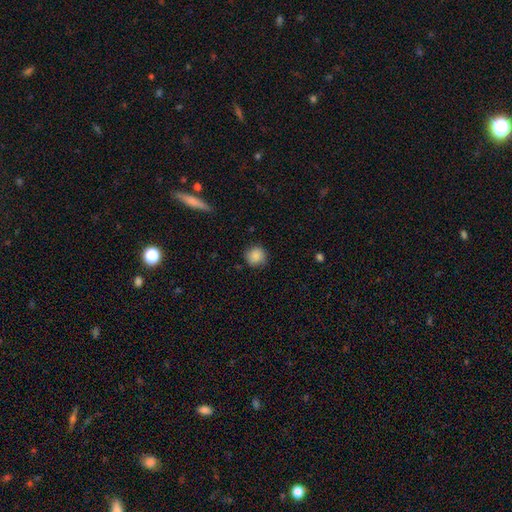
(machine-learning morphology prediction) This appears to be a smooth galaxy with no disk features (87%) that is round (90%). Merging: none (83%).